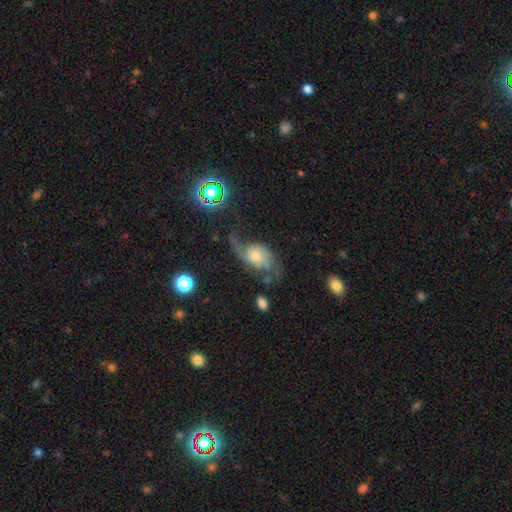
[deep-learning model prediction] The model was most divided on "merging": none: 45%, major disturbance: 26%, minor disturbance: 24%, merger: 5%. More confident: edge-on disk — no (95%); spiral arms — yes (90%); spiral arm count — 2 (82%); bar — no (72%); smooth or featured — featured or disk (68%); spiral winding — loose (66%); bulge size — moderate (51%).